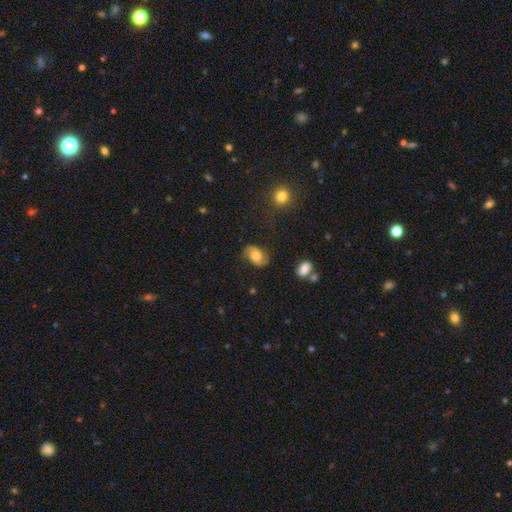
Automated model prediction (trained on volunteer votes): Q: Smooth or featured?
A: featured or disk (54%); runner-up: smooth (38%)
Q: Edge-on disk?
A: no (96%); runner-up: yes (4%)
Q: Bar?
A: no (64%); runner-up: weak (29%)
Q: Spiral arms?
A: yes (87%); runner-up: no (13%)
Q: Bulge size?
A: moderate (58%); runner-up: large (25%)
Q: Merging?
A: none (75%); runner-up: minor disturbance (17%)